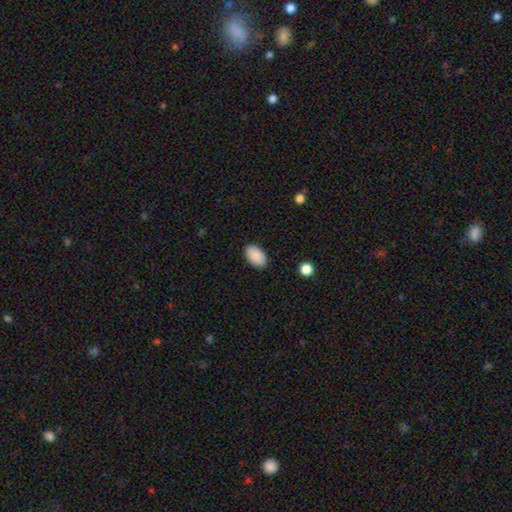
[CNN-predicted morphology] A smooth galaxy with no disk features (90%) that is in between round and cigar-shaped (92%).

Vote fractions:
- Smooth or featured? smooth: 90% / star or artifact: 6% / featured or disk: 4%
- How rounded? in between: 92% / round: 7% / cigar-shaped: 1%
- Merging? none: 88% / minor disturbance: 9% / major disturbance: 2% / merger: 1%